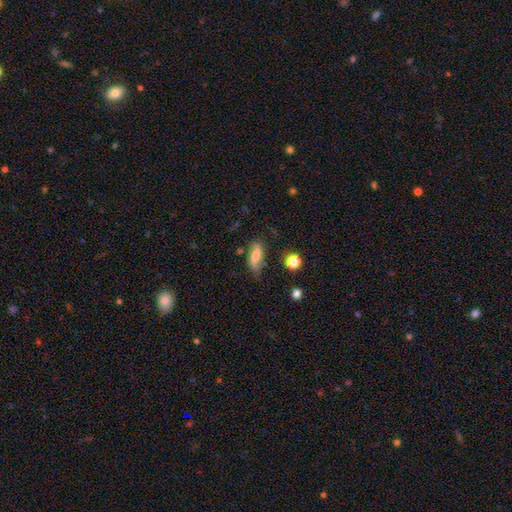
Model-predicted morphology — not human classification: Smooth or featured? Predicted: smooth (p=0.47). Merging? Predicted: none (p=0.61).